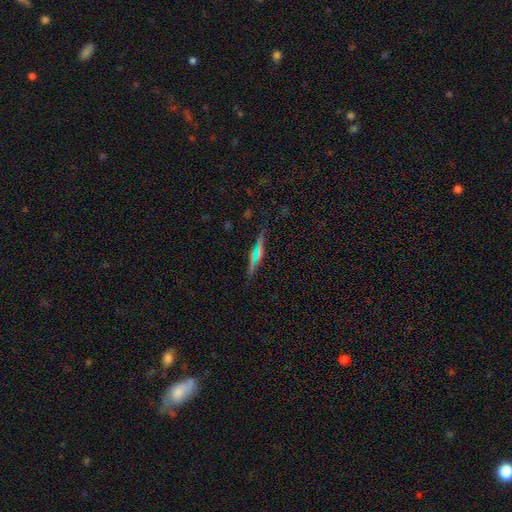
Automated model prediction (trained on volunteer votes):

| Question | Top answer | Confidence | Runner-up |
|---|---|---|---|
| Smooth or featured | smooth | 47% | star or artifact (27%) |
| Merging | none | 79% | minor disturbance (13%) |